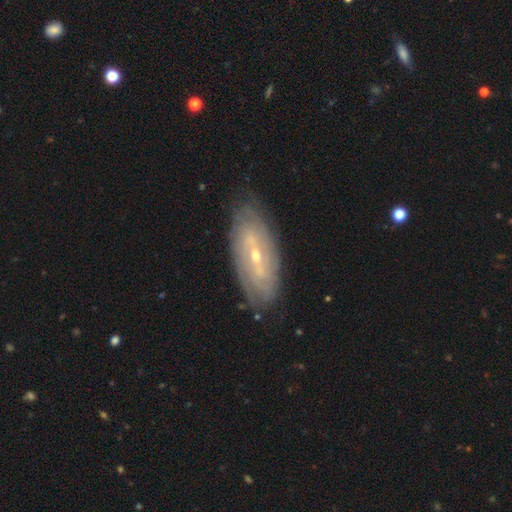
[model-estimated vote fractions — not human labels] Q: Smooth or featured?
A: featured or disk (79%); runner-up: smooth (15%)
Q: Edge-on disk?
A: no (88%); runner-up: yes (12%)
Q: Bar?
A: weak (46%); runner-up: no (28%)
Q: Spiral arms?
A: yes (84%); runner-up: no (16%)
Q: Spiral winding?
A: tight (66%); runner-up: medium (25%)
Q: Spiral arm count?
A: can't tell (52%); runner-up: 2 (25%)
Q: Bulge size?
A: small (63%); runner-up: moderate (34%)
Q: Merging?
A: none (81%); runner-up: minor disturbance (14%)